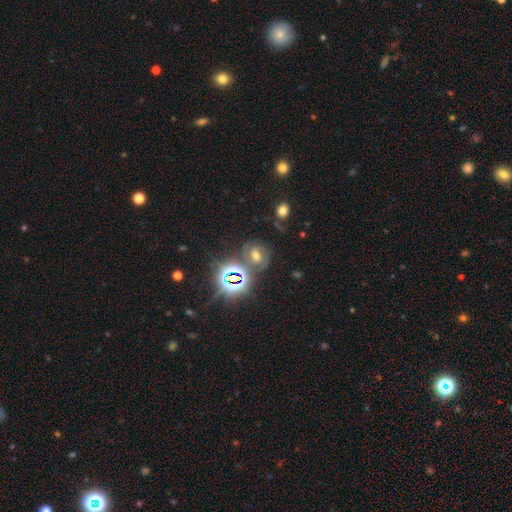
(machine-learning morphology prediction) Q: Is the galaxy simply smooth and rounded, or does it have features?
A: star or artifact — 43%.